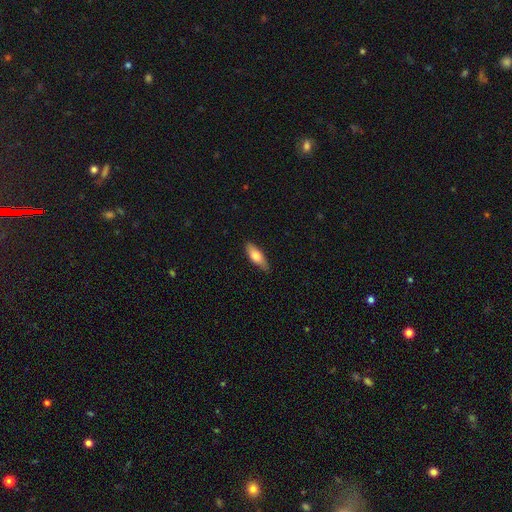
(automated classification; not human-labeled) smooth_or_featured: smooth (p=0.72) [alt: featured or disk p=0.23]
how_rounded: in between (p=0.64) [alt: cigar-shaped p=0.34]
merging: none (p=0.80) [alt: minor disturbance p=0.16]